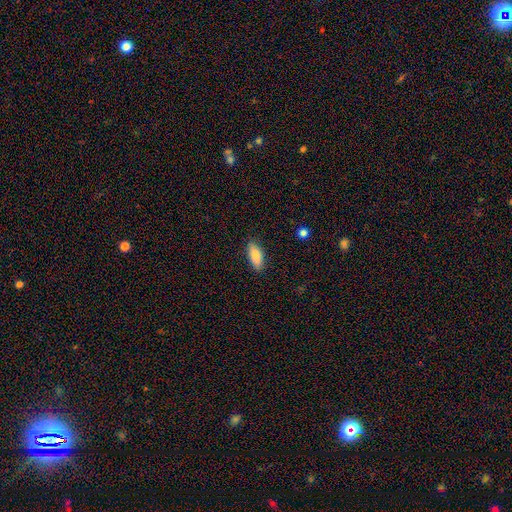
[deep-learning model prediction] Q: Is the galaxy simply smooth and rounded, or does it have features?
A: smooth — 84%.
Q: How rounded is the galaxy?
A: in between — 80%.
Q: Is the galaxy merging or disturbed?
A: none — 87%.